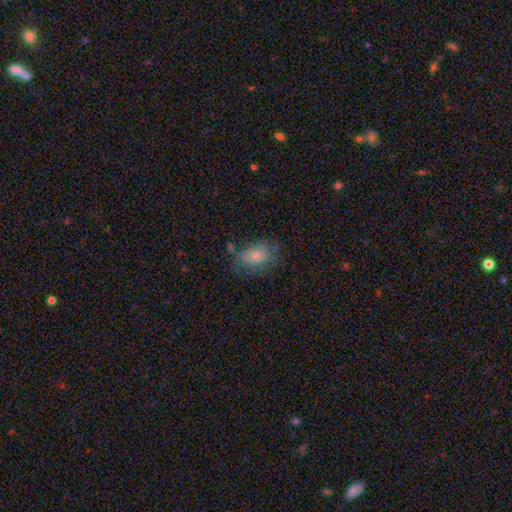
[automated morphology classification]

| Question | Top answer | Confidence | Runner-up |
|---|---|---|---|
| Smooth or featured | smooth | 66% | featured or disk (22%) |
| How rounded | in between | 76% | round (23%) |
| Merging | none | 63% | minor disturbance (24%) |